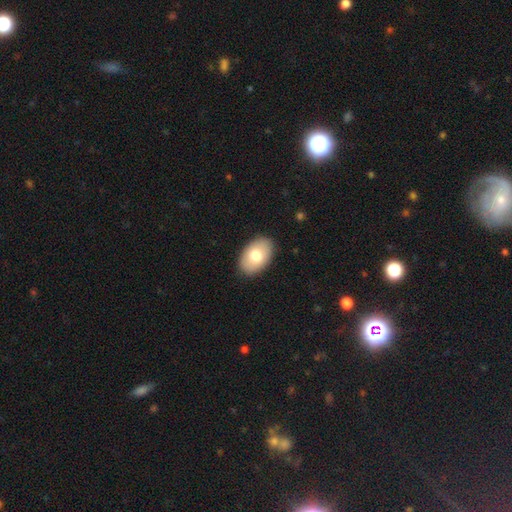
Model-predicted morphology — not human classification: Smooth or featured: smooth — 75% (featured or disk — 18%)
How rounded: in between — 91% (round — 8%)
Merging: none — 89% (minor disturbance — 8%)